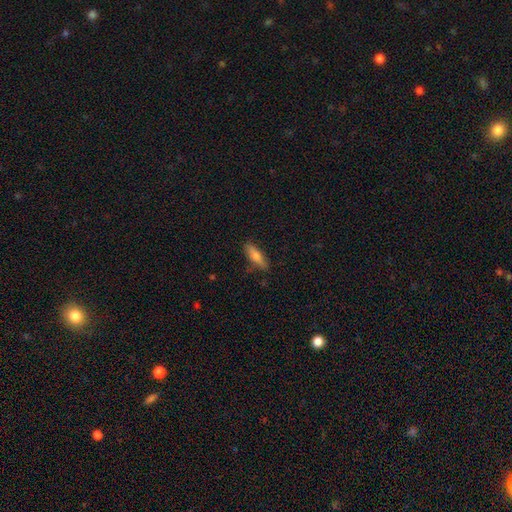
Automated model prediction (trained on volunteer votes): Overall: smooth (70%). How rounded: cigar-shaped (62%; in between 36%). Merging: none (80%).